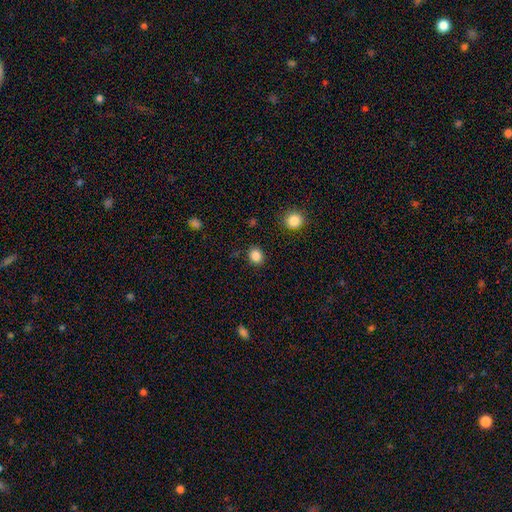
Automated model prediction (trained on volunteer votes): Smooth or featured: smooth — 86% (star or artifact — 11%)
How rounded: round — 66% (in between — 33%)
Merging: none — 87% (minor disturbance — 8%)